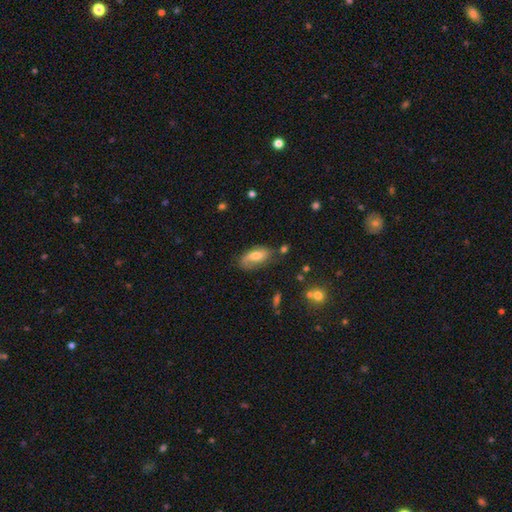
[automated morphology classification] This is likely a smooth galaxy (62%). How rounded: clearly in between (86%). Merging: possibly none (60%).